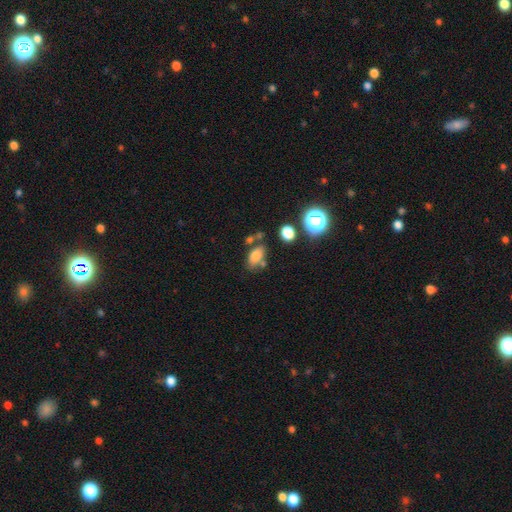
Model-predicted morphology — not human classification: A smooth galaxy with no disk features (78%) that is in between round and cigar-shaped (87%). Merging: none (62%).